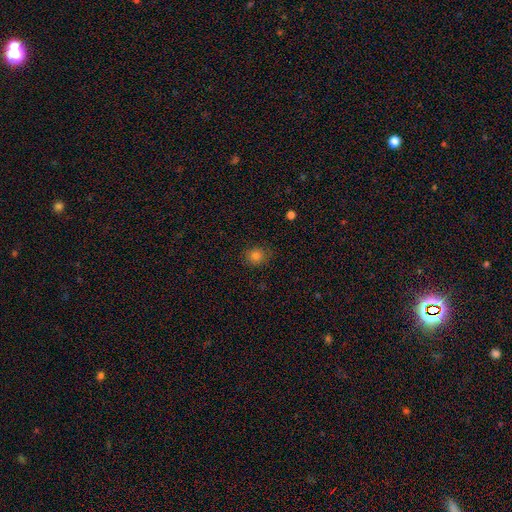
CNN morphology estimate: This appears to be a smooth galaxy with no disk features (80%) that is round (77%). Merging: none (84%).